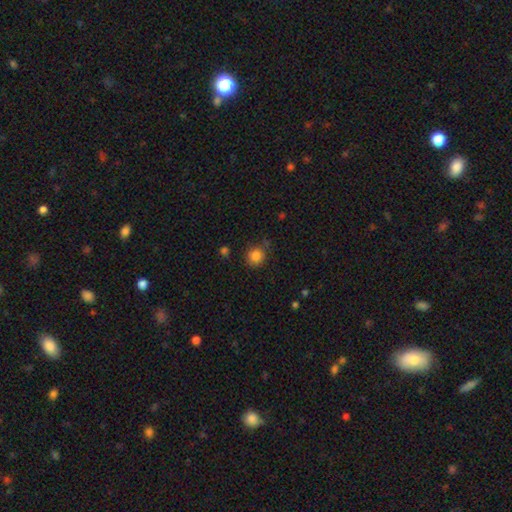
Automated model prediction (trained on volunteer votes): A smooth galaxy with no disk features (85%) that is round (87%).

Vote fractions:
- Smooth or featured? smooth: 85% / star or artifact: 11% / featured or disk: 4%
- How rounded? round: 87% / in between: 12% / cigar-shaped: 1%
- Merging? none: 80% / minor disturbance: 12% / merger: 4% / major disturbance: 4%